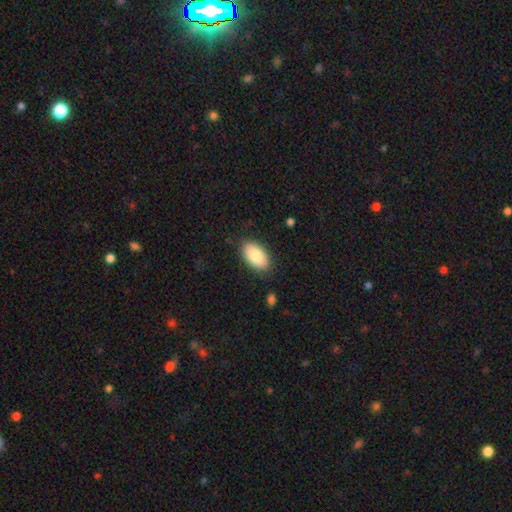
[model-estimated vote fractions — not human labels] Q: Smooth or featured?
A: smooth (84%); runner-up: featured or disk (10%)
Q: How rounded?
A: in between (95%); runner-up: round (4%)
Q: Merging?
A: none (85%); runner-up: minor disturbance (11%)